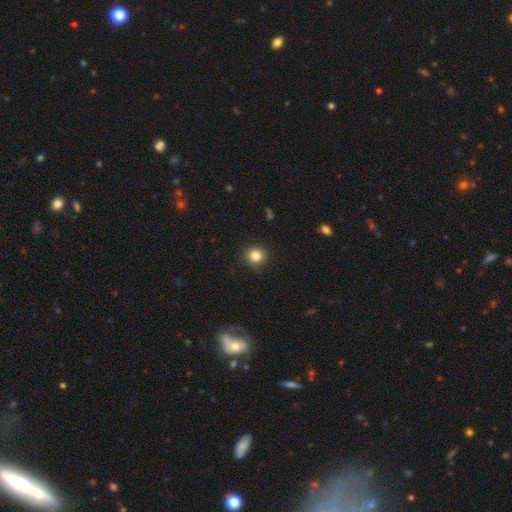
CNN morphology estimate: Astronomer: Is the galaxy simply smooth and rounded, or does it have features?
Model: smooth — 84%.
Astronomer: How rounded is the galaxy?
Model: round — 90%.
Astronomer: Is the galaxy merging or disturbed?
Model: none — 90%.